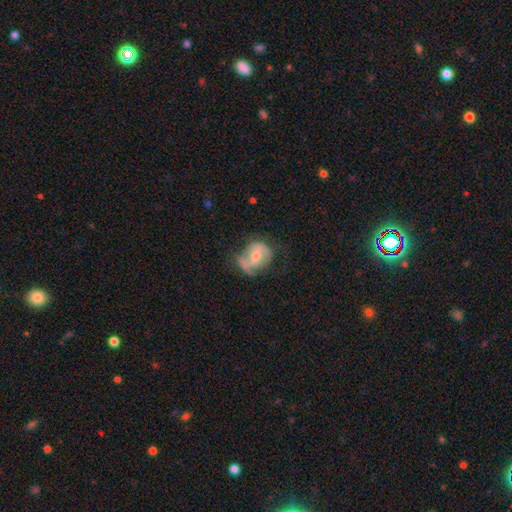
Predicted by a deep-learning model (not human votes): Overall: featured or disk (66%; smooth 27%). Edge-on disk: no (97%). Bar: weak (44%; strong 28%). Spiral arms: yes (76%). Bulge size: moderate (47%; small 44%). Merging: none (47%; minor disturbance 29%).